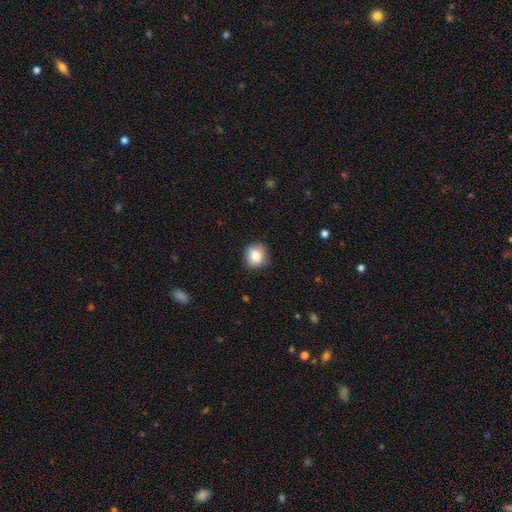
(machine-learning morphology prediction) smooth 83%, star or artifact 9%, featured or disk 8%. Down the decision tree: how rounded — round (78%); merging — none (82%).